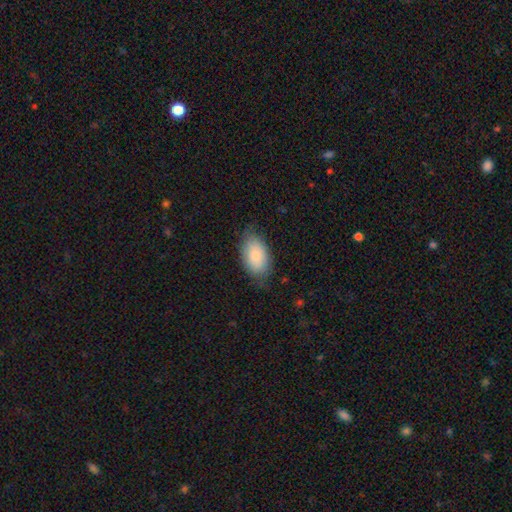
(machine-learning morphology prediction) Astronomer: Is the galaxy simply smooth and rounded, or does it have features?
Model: smooth — 80%.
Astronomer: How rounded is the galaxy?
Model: in between — 92%.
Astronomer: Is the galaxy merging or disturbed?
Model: none — 72%.